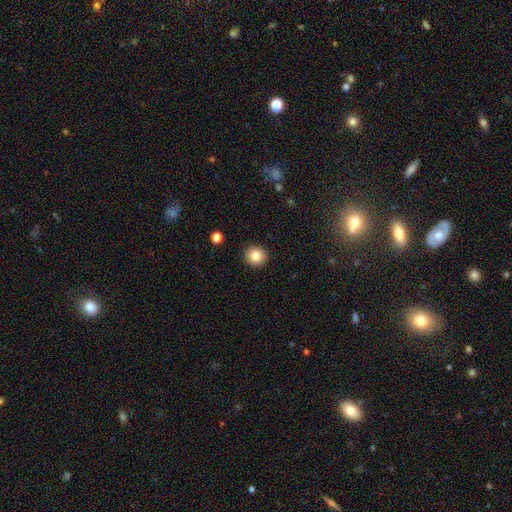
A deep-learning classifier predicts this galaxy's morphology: A smooth galaxy with no disk features (83%) that is round (94%).

Vote fractions:
- Smooth or featured? smooth: 83% / star or artifact: 10% / featured or disk: 7%
- How rounded? round: 94% / in between: 5% / cigar-shaped: 1%
- Merging? none: 93% / minor disturbance: 5% / major disturbance: 2% / merger: 1%